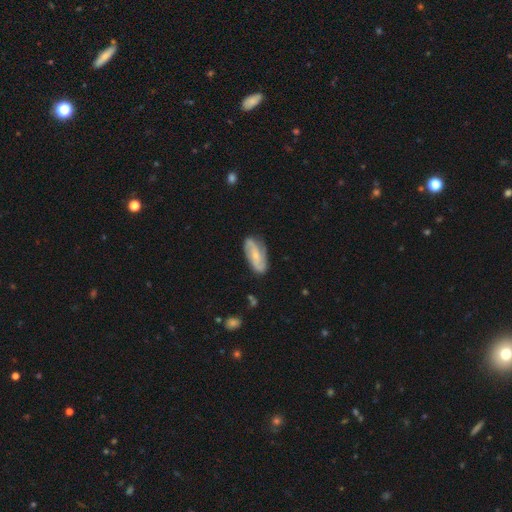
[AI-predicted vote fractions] Smooth or featured: featured or disk — 70% (smooth — 24%)
Edge-on disk: no — 93% (yes — 7%)
Bar: no — 48% (weak — 36%)
Spiral arms: yes — 93% (no — 7%)
Spiral winding: medium — 42% (tight — 30%)
Spiral arm count: 2 — 72% (can't tell — 12%)
Bulge size: small — 63% (moderate — 29%)
Merging: none — 78% (minor disturbance — 17%)